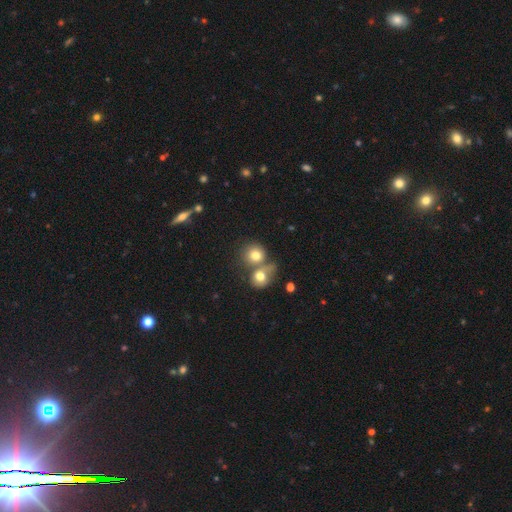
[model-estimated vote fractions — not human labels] smooth 76%, featured or disk 12%, star or artifact 12%. Down the decision tree: how rounded — round (82%); merging — merger (46%).